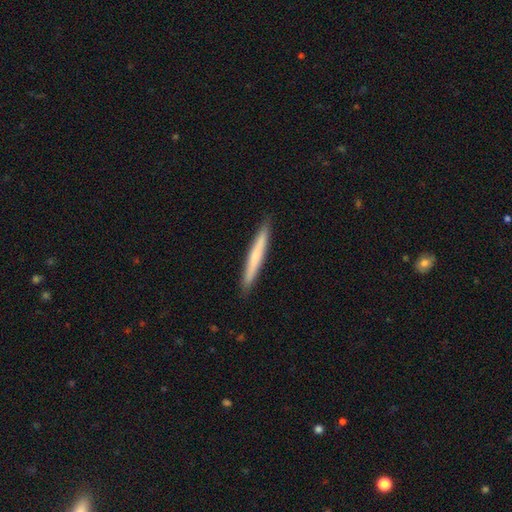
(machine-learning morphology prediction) A smooth galaxy with no disk features (62%) that is cigar-shaped (97%).

Vote fractions:
- Smooth or featured? smooth: 62% / featured or disk: 32% / star or artifact: 5%
- How rounded? cigar-shaped: 97% / in between: 2% / round: 1%
- Merging? none: 92% / minor disturbance: 6% / major disturbance: 1% / merger: 1%